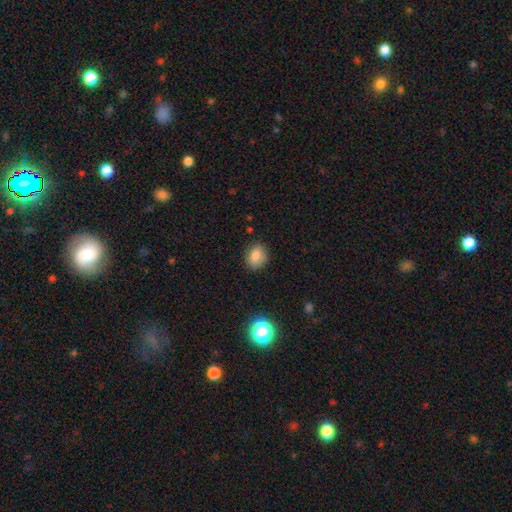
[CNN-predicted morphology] type=smooth (82%); roundness=in between (57%); merging=none (81%).